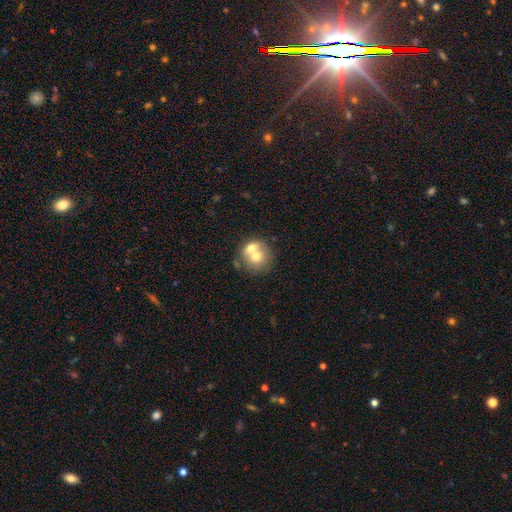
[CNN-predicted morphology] A smooth galaxy with no disk features (63%) that is round (82%).

Vote fractions:
- Smooth or featured? smooth: 63% / featured or disk: 28% / star or artifact: 8%
- How rounded? round: 82% / in between: 17% / cigar-shaped: 1%
- Merging? merger: 57% / none: 33% / minor disturbance: 7% / major disturbance: 3%